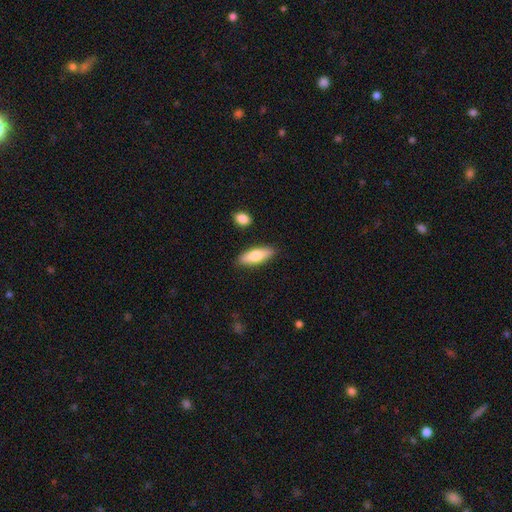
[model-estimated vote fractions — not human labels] Smooth or featured?
  - smooth: 72% *
  - featured or disk: 23%
  - star or artifact: 6%
How rounded?
  - in between: 55% *
  - cigar-shaped: 42%
  - round: 2%
Merging?
  - none: 86% *
  - minor disturbance: 9%
  - merger: 3%
  - major disturbance: 2%